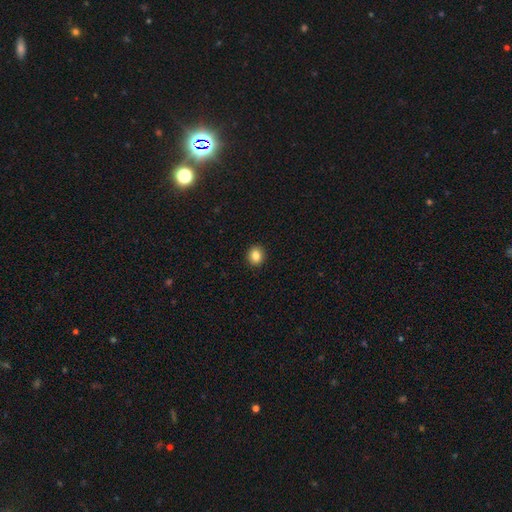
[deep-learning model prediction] smooth-or-featured: smooth: 85% | star or artifact: 10% | featured or disk: 5%
  how-rounded: round: 78% | in between: 21% | cigar-shaped: 1%
  merging: none: 92% | minor disturbance: 5% | major disturbance: 2% | merger: 1%